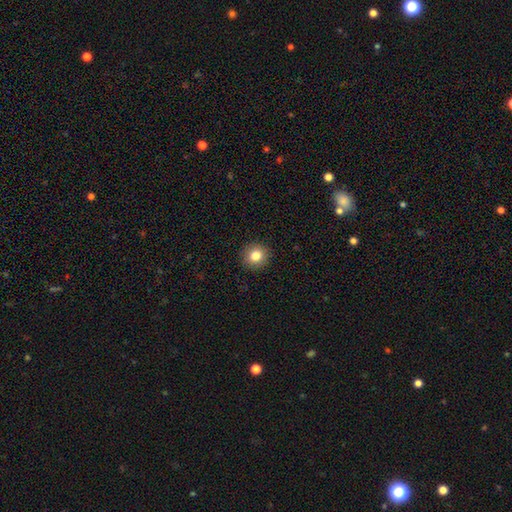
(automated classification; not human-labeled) The model was most divided on "smooth or featured": smooth: 83%, star or artifact: 10%, featured or disk: 7%. More confident: merging — none (92%); how rounded — round (92%).